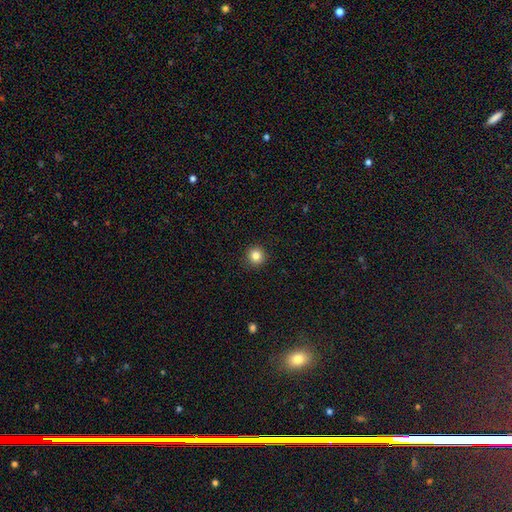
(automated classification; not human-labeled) This appears to be a smooth galaxy with no disk features (83%) that is round (95%). Merging: none (93%).